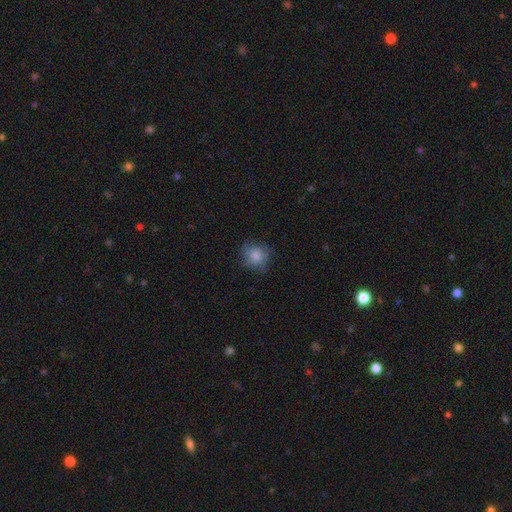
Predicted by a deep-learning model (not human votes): Smooth or featured: smooth — 82% (star or artifact — 9%)
How rounded: round — 80% (in between — 19%)
Merging: none — 73% (minor disturbance — 20%)